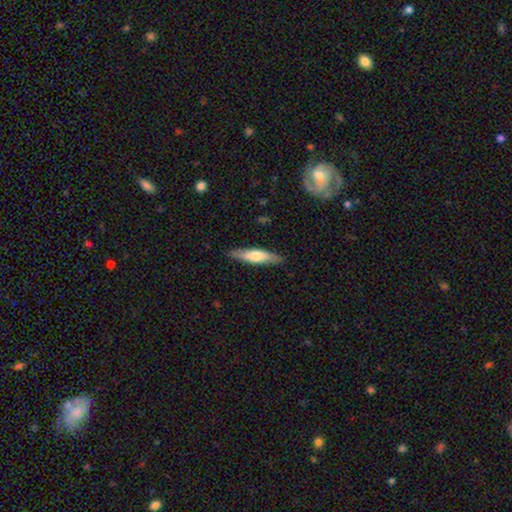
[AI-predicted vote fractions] smooth_or_featured: smooth (p=0.60) [alt: featured or disk p=0.35]
how_rounded: cigar-shaped (p=0.75) [alt: in between p=0.24]
merging: none (p=0.86) [alt: minor disturbance p=0.11]